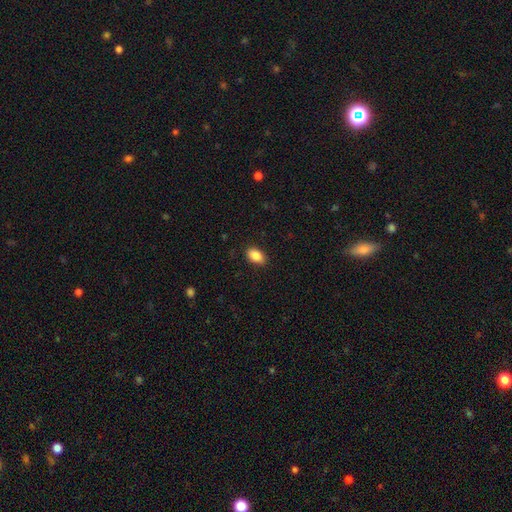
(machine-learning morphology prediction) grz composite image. It shows a smooth galaxy with no disk features (87%) that is in between round and cigar-shaped (90%). Merging: none (89%).